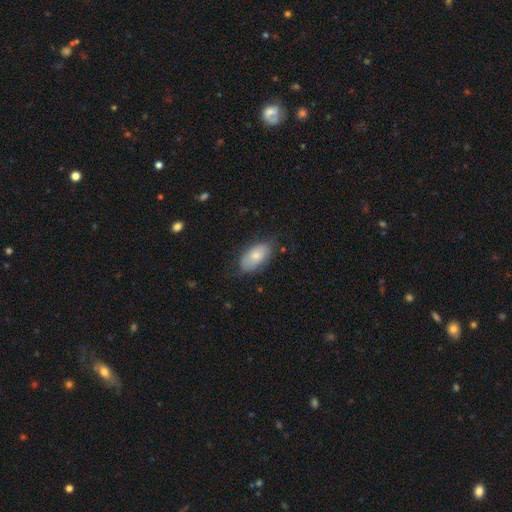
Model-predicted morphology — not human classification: This appears to be a smooth galaxy with no disk features (75%) that is in between round and cigar-shaped (93%). Merging: none (71%).